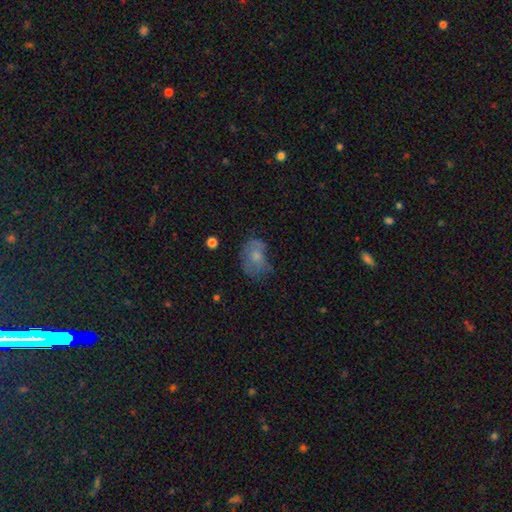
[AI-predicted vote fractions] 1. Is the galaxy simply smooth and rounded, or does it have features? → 58% smooth, 32% featured or disk, 11% star or artifact.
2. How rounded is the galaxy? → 72% in between, 26% round, 1% cigar-shaped.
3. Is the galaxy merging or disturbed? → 43% none, 31% minor disturbance, 23% major disturbance, 3% merger.